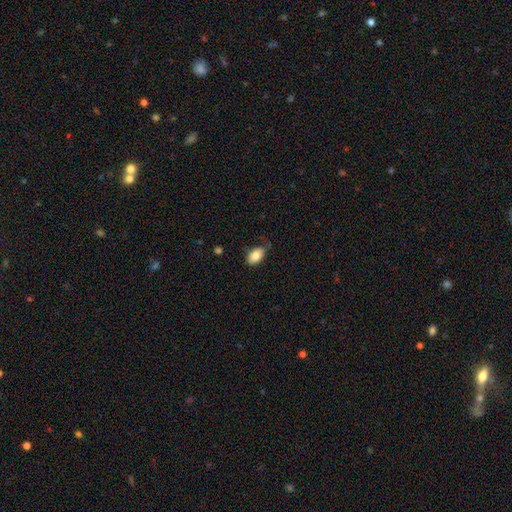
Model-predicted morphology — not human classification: This is clearly a smooth galaxy (82%). How rounded: clearly in between (92%). Merging: likely none (74%).